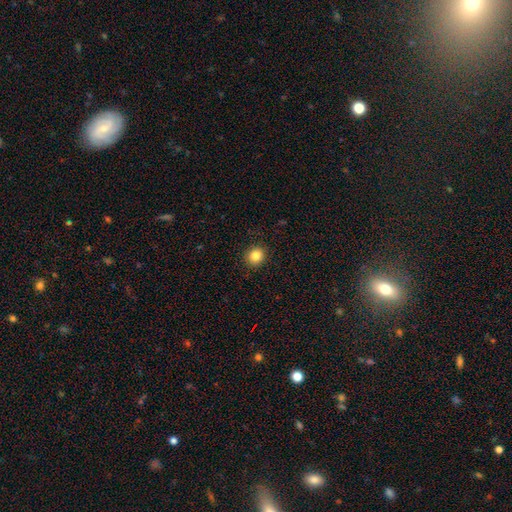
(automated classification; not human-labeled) Smooth or featured?
  - smooth: 84% *
  - star or artifact: 11%
  - featured or disk: 5%
How rounded?
  - round: 85% *
  - in between: 14%
  - cigar-shaped: 1%
Merging?
  - none: 91% *
  - minor disturbance: 6%
  - major disturbance: 2%
  - merger: 1%